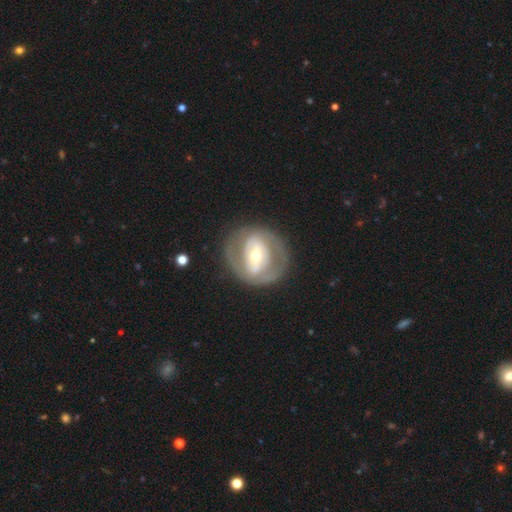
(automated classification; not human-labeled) This appears to be a featured or disk galaxy (73%) with a strong bar (42%), spiral arms (54%) and a moderate central bulge (49%). Merging: none (77%).